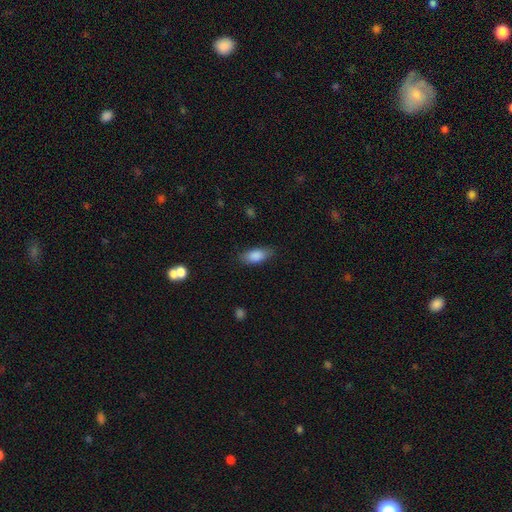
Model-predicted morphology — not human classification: smooth_or_featured: smooth (p=0.86) [alt: featured or disk p=0.07]
how_rounded: in between (p=0.86) [alt: cigar-shaped p=0.11]
merging: none (p=0.80) [alt: minor disturbance p=0.15]